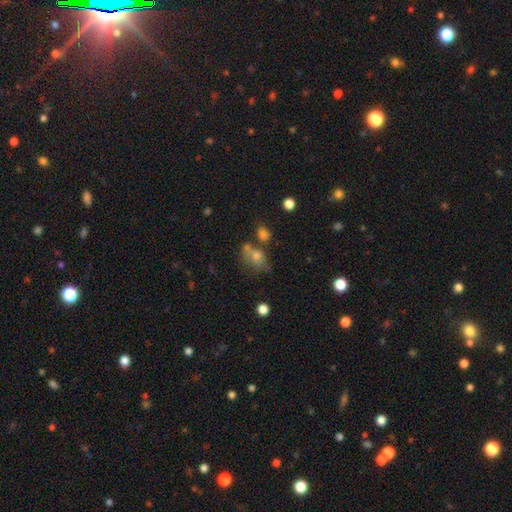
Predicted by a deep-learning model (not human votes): A smooth galaxy with no disk features (55%) that is in between round and cigar-shaped (52%). Merging: none (48%).